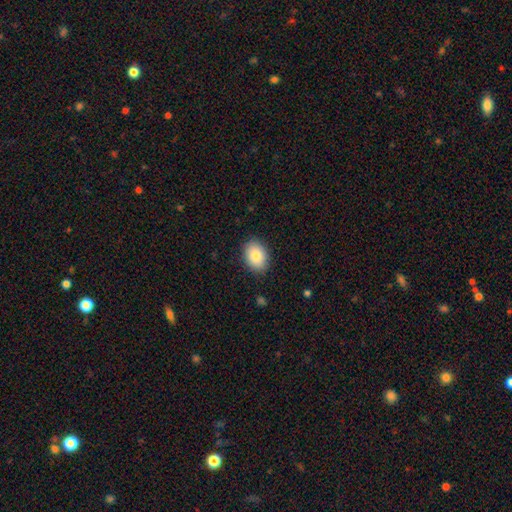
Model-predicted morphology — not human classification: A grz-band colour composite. It shows a smooth galaxy with no disk features (85%) that is in between round and cigar-shaped (78%). Merging: none (88%).